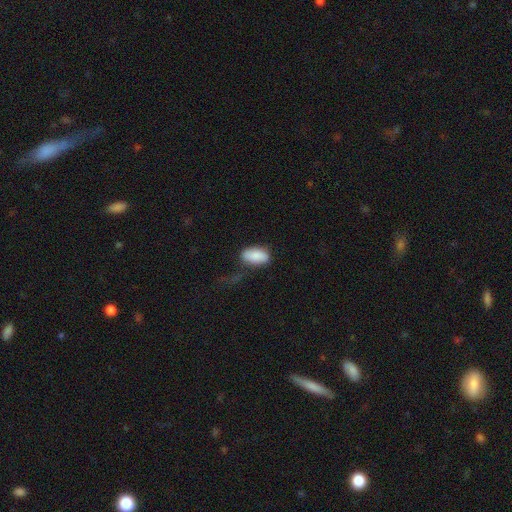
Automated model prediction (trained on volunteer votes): This is clearly a smooth galaxy (84%). How rounded: clearly in between (93%). Merging: possibly none (57%).